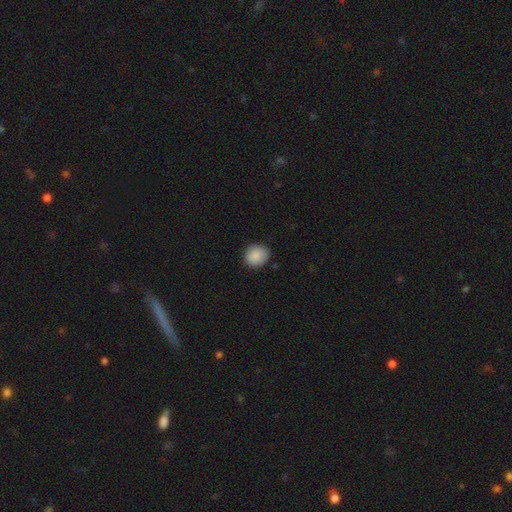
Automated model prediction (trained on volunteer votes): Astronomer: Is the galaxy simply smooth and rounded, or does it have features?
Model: smooth — 89%.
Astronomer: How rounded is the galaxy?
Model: round — 74%.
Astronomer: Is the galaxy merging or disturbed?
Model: none — 87%.